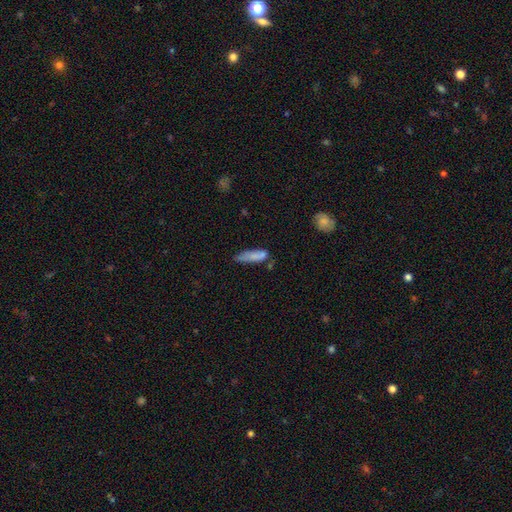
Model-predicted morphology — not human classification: Smooth or featured? Predicted: smooth (p=0.77). How rounded? Predicted: cigar-shaped (p=0.61). Merging? Predicted: none (p=0.47).